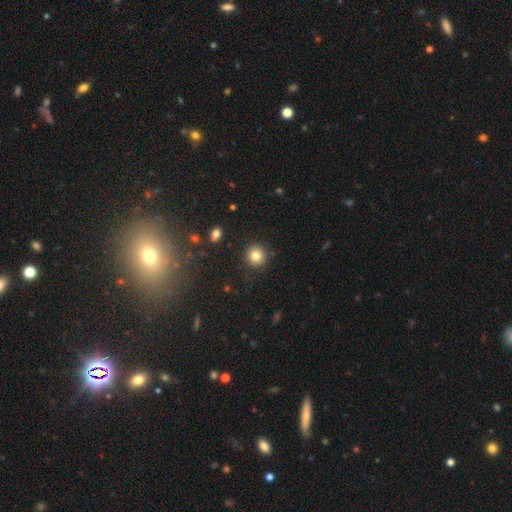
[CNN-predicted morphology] smooth-or-featured: smooth: 83% | star or artifact: 11% | featured or disk: 6%
  how-rounded: round: 91% | in between: 8% | cigar-shaped: 1%
  merging: none: 90% | minor disturbance: 7% | major disturbance: 2% | merger: 1%